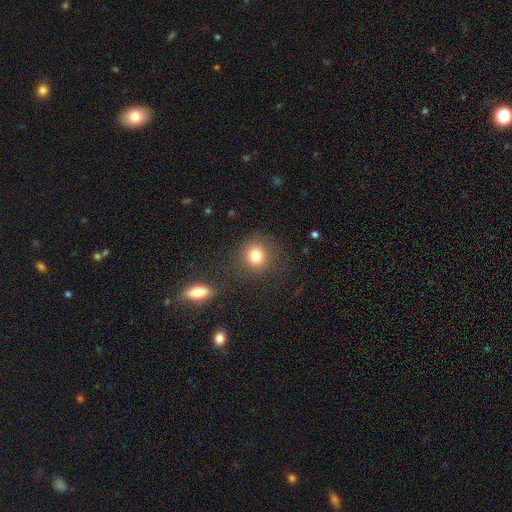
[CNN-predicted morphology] Smooth or featured: smooth — 80% (star or artifact — 12%)
How rounded: round — 89% (in between — 10%)
Merging: none — 83% (minor disturbance — 9%)